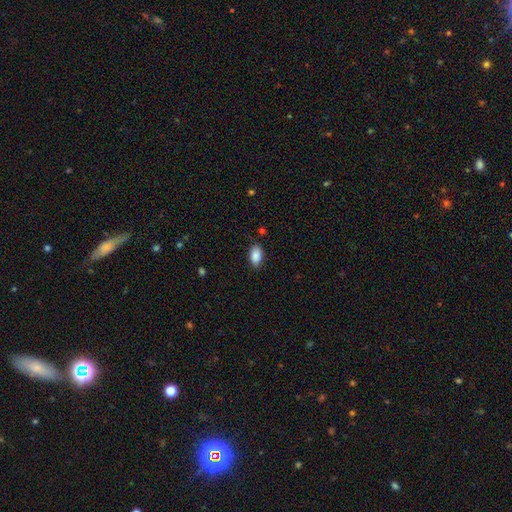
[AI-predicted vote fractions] The model was most divided on "merging": none: 84%, minor disturbance: 12%, major disturbance: 3%, merger: 1%. More confident: how rounded — in between (93%); smooth or featured — smooth (88%).